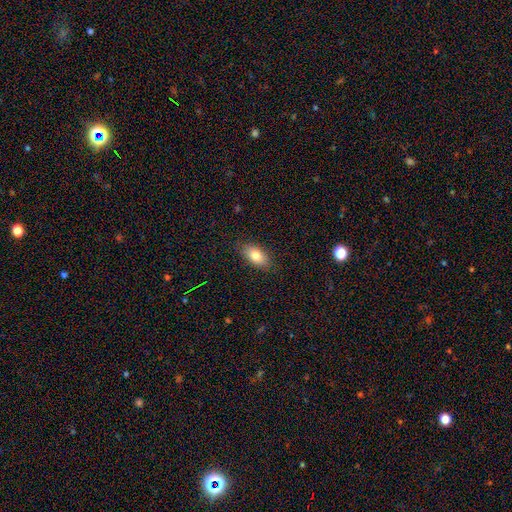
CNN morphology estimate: This appears to be a smooth galaxy with no disk features (80%) that is in between round and cigar-shaped (90%). Merging: none (85%).